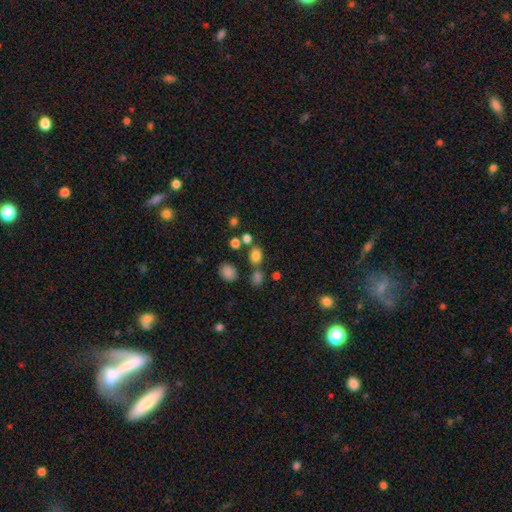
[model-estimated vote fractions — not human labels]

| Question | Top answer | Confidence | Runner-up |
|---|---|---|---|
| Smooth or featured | smooth | 78% | star or artifact (15%) |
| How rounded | round | 53% | in between (46%) |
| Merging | none | 64% | merger (19%) |